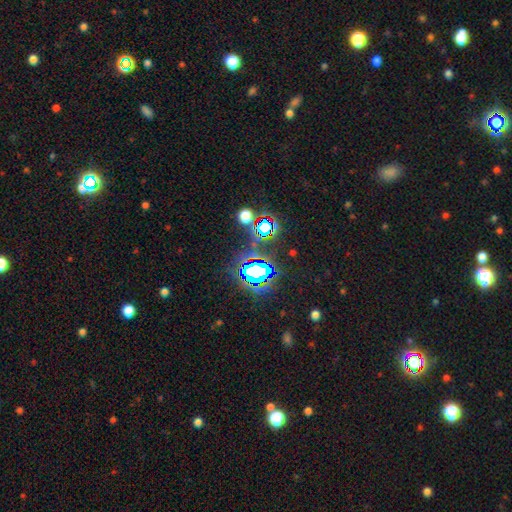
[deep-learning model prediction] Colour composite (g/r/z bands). It shows a star or artifact, not a galaxy (79%).